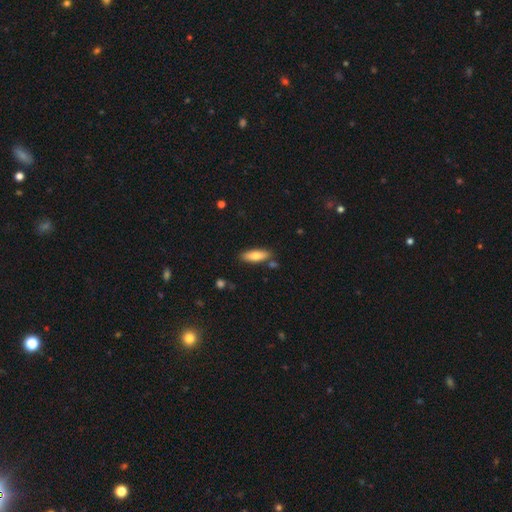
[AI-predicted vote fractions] This appears to be a smooth galaxy with no disk features (78%) that is in between round and cigar-shaped (58%). Merging: none (81%).